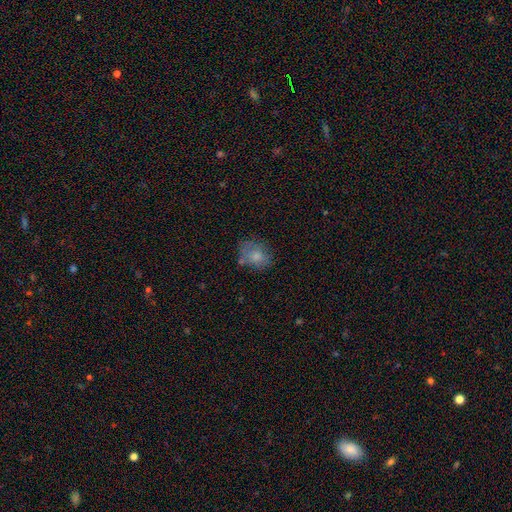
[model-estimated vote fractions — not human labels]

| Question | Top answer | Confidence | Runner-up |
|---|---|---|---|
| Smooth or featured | smooth | 75% | featured or disk (16%) |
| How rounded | in between | 54% | round (45%) |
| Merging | none | 57% | minor disturbance (25%) |